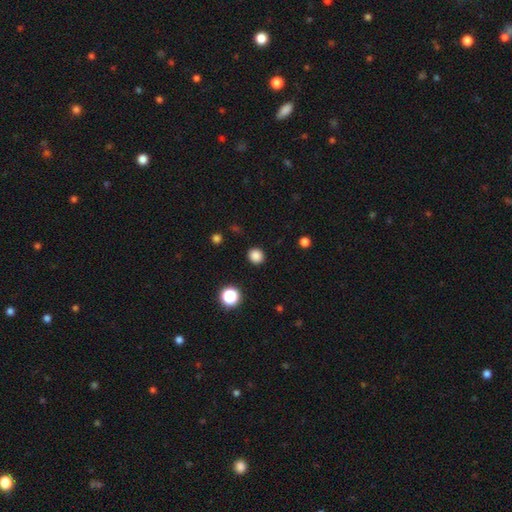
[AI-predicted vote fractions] smooth-or-featured: smooth: 85% | star or artifact: 12% | featured or disk: 3%
  how-rounded: round: 87% | in between: 12% | cigar-shaped: 1%
  merging: none: 90% | minor disturbance: 6% | major disturbance: 2% | merger: 1%